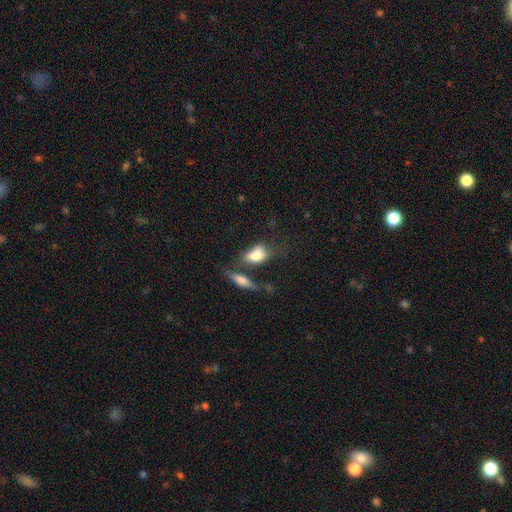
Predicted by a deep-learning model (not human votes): Smooth or featured? smooth (74%)
How rounded? in between (82%)
Merging? none (37%)